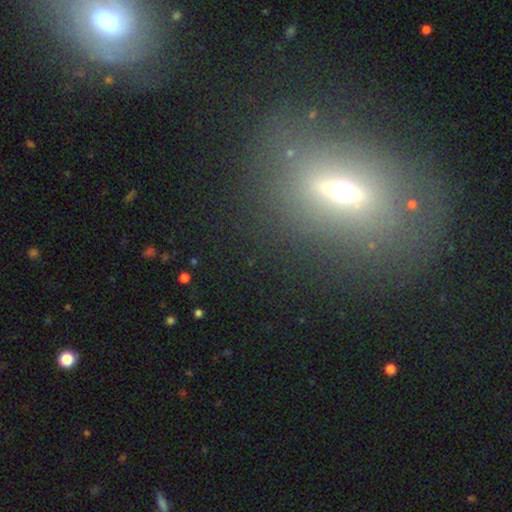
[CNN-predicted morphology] This is marginally a featured or disk galaxy (40%). Merging: likely none (75%).